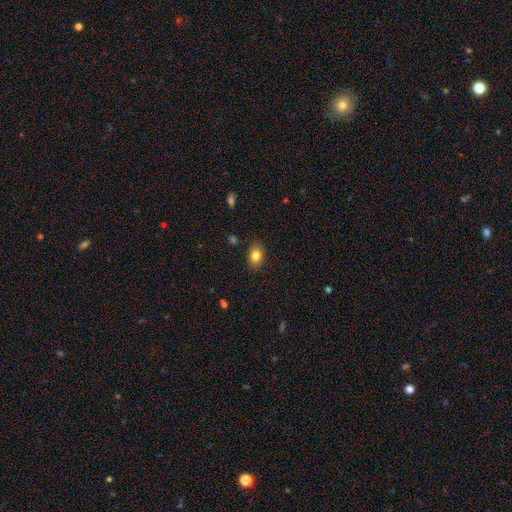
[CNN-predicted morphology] type=smooth (83%); roundness=in between (76%); merging=none (85%).